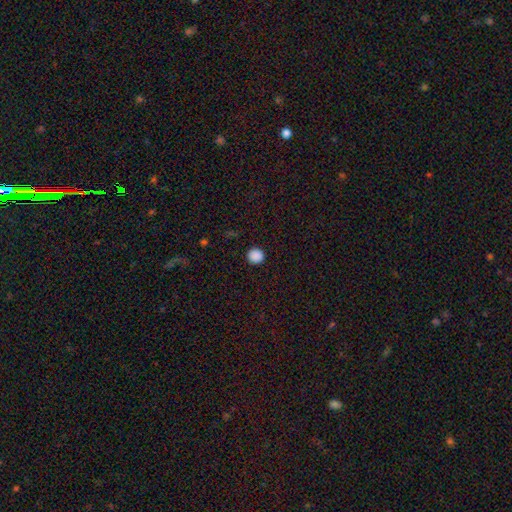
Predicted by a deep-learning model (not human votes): Smooth or featured?
  - smooth: 88% *
  - star or artifact: 10%
  - featured or disk: 2%
How rounded?
  - round: 93% *
  - in between: 6%
  - cigar-shaped: 1%
Merging?
  - none: 93% *
  - minor disturbance: 5%
  - major disturbance: 2%
  - merger: 1%